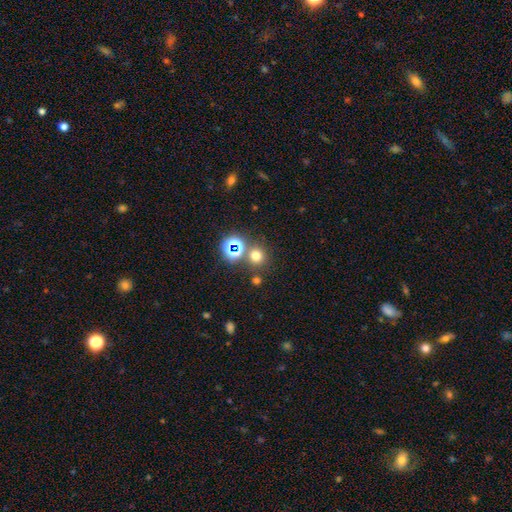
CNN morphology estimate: Overall: smooth (66%; star or artifact 27%). How rounded: round (89%). Merging: none (76%).